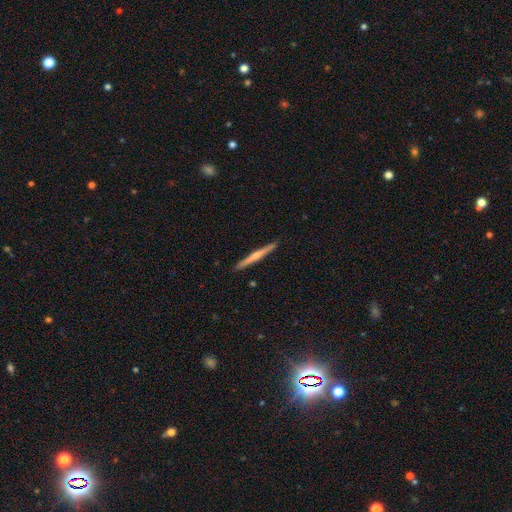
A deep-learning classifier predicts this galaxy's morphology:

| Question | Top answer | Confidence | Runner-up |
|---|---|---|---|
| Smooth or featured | featured or disk | 56% | smooth (39%) |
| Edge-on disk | yes | 98% | no (2%) |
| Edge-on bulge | rounded | 59% | none (34%) |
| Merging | none | 92% | minor disturbance (6%) |